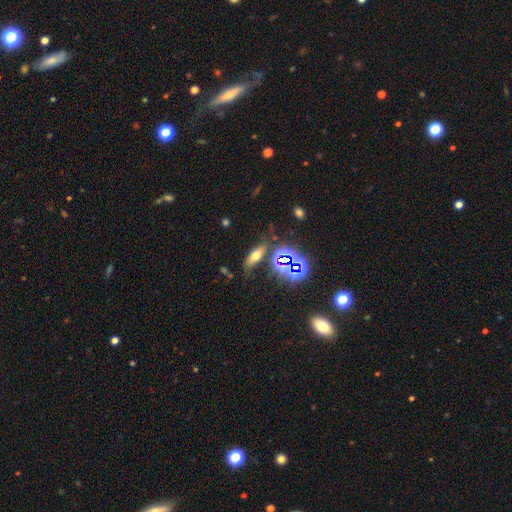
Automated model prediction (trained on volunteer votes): smooth-or-featured: smooth: 52% | star or artifact: 27% | featured or disk: 21%
  how-rounded: in between: 61% | cigar-shaped: 32% | round: 7%
  merging: none: 75% | minor disturbance: 14% | merger: 6% | major disturbance: 5%